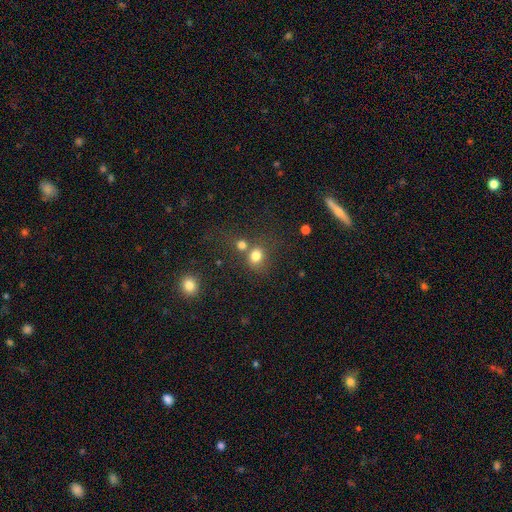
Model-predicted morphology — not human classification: This is likely a smooth galaxy (78%). How rounded: likely round (69%). Merging: possibly none (50%).